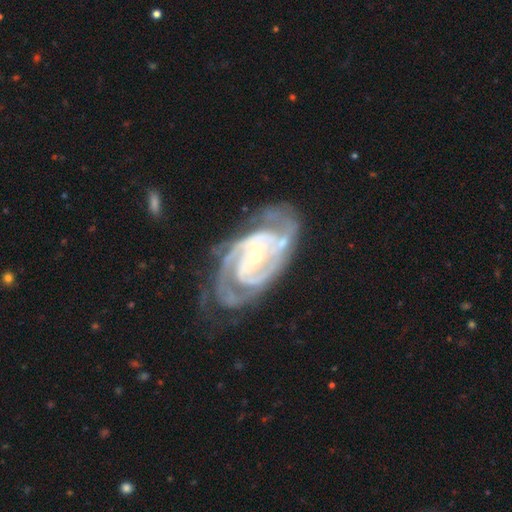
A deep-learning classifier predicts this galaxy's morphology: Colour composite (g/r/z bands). It shows a featured or disk galaxy (92%) with no bar (38%), 2 (44%) tight (62%) spiral arms (98%) and a small central bulge (74%). Merging: none (60%).